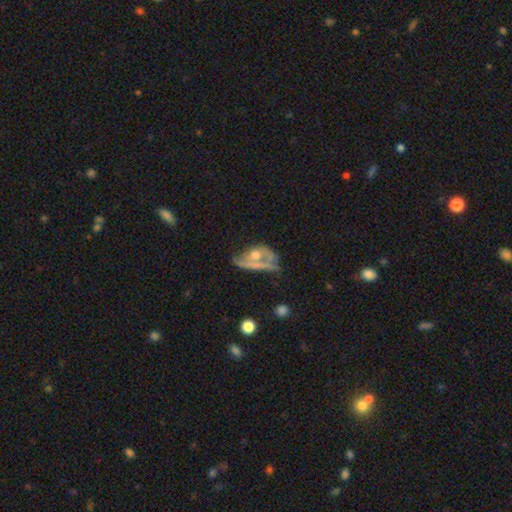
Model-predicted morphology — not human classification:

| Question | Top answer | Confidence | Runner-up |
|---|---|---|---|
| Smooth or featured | featured or disk | 53% | smooth (36%) |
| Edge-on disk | no | 82% | yes (18%) |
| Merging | merger | 32% | major disturbance (29%) |